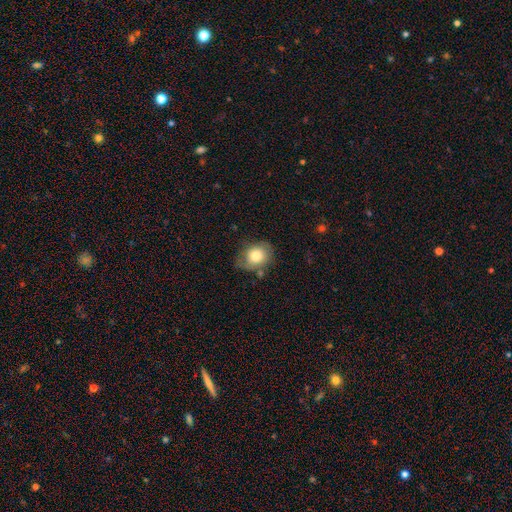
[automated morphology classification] This is likely a smooth galaxy (75%). How rounded: possibly round (52%). Merging: likely none (60%).